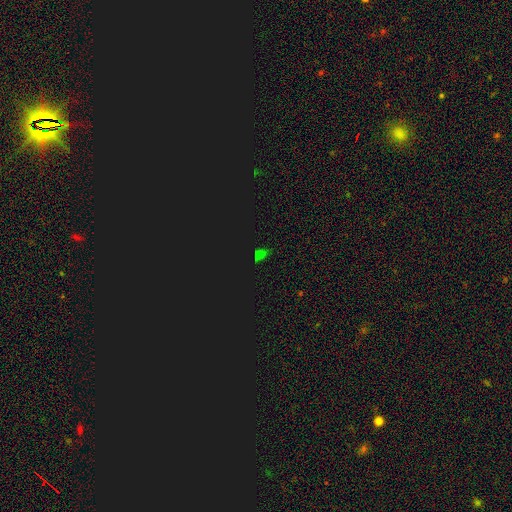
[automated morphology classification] star or artifact 70%, smooth 23%, featured or disk 7%.